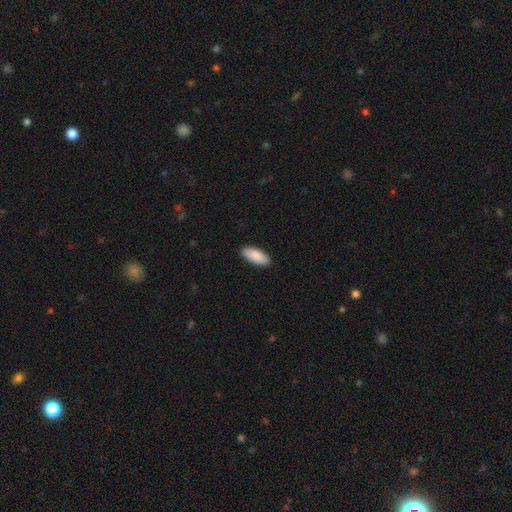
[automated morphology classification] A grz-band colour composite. It shows a smooth galaxy with no disk features (90%) that is in between round and cigar-shaped (83%). Merging: none (90%).